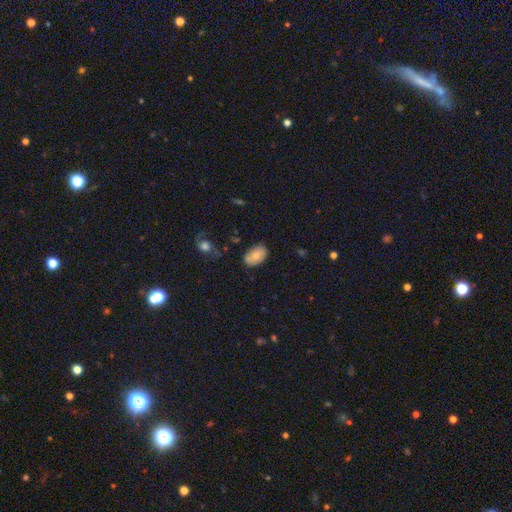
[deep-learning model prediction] smooth_or_featured: smooth (p=0.70) [alt: featured or disk p=0.22]
how_rounded: in between (p=0.89) [alt: round p=0.10]
merging: none (p=0.73) [alt: minor disturbance p=0.20]